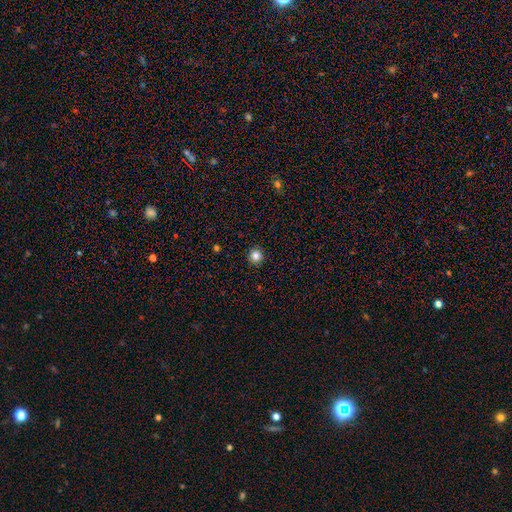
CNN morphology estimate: Q: Smooth or featured?
A: smooth (83%); runner-up: star or artifact (12%)
Q: How rounded?
A: round (95%); runner-up: in between (4%)
Q: Merging?
A: none (93%); runner-up: minor disturbance (4%)